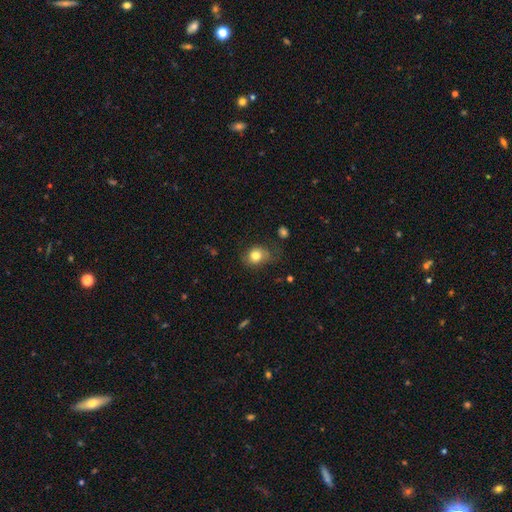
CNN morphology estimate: The model was most divided on "how rounded": round: 63%, in between: 36%, cigar-shaped: 1%. More confident: smooth or featured — smooth (80%); merging — none (62%).